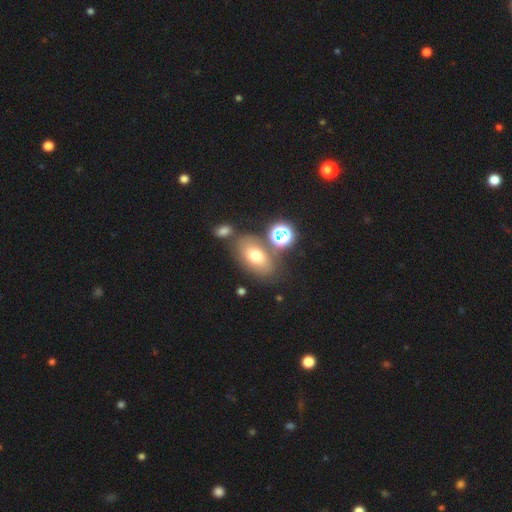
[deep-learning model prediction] smooth-or-featured: smooth: 67% | featured or disk: 18% | star or artifact: 14%
  how-rounded: in between: 86% | round: 11% | cigar-shaped: 2%
  merging: none: 67% | minor disturbance: 14% | merger: 13% | major disturbance: 6%